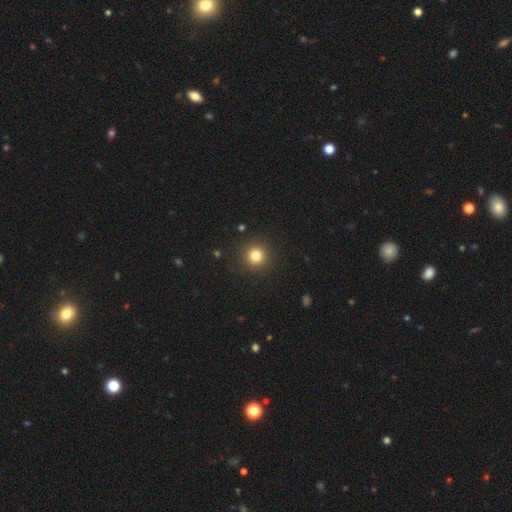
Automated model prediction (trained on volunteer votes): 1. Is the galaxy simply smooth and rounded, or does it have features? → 81% smooth, 13% star or artifact, 6% featured or disk.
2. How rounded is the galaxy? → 95% round, 4% in between, 1% cigar-shaped.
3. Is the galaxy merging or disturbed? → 91% none, 5% minor disturbance, 2% major disturbance, 1% merger.